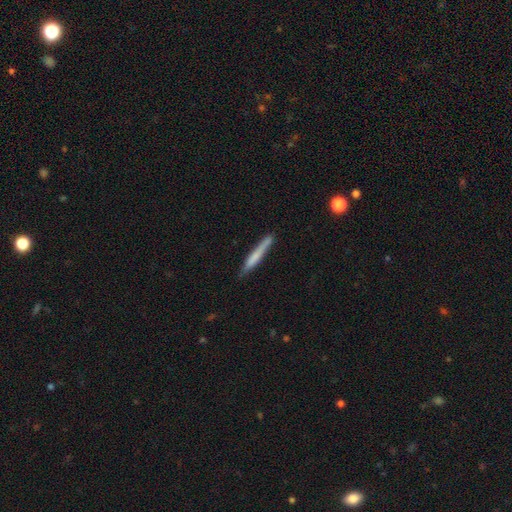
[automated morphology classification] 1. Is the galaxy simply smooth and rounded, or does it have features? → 64% smooth, 30% featured or disk, 6% star or artifact.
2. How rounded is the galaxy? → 96% cigar-shaped, 3% in between, 1% round.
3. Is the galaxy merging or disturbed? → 80% none, 15% minor disturbance, 3% major disturbance, 2% merger.